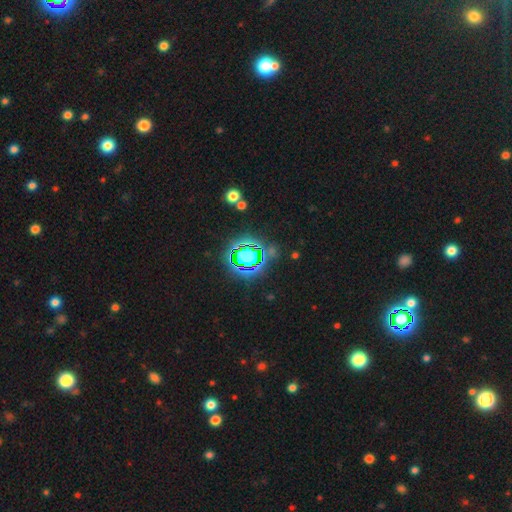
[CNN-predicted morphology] type=star or artifact (81%).